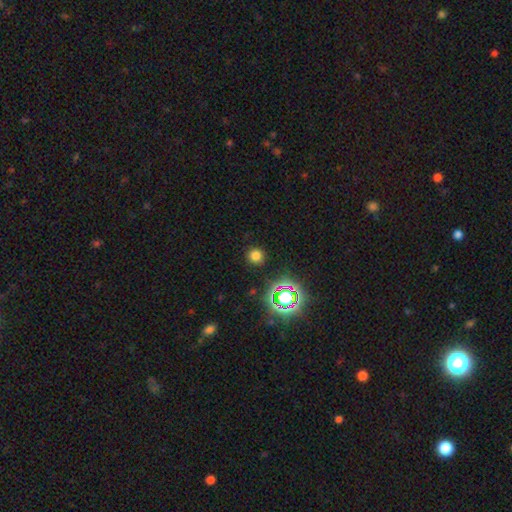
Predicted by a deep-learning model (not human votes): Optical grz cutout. It shows a smooth galaxy with no disk features (73%) that is round (93%). Merging: none (90%).